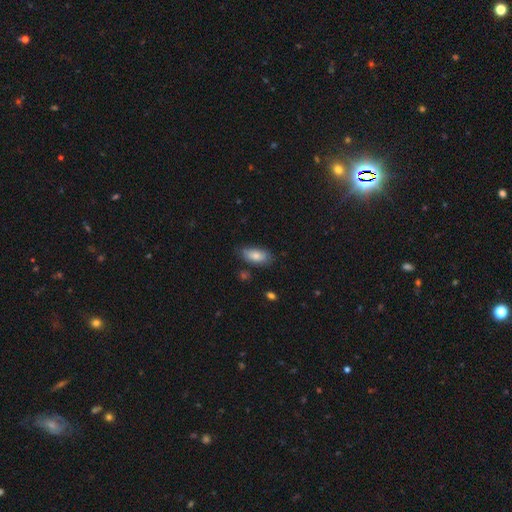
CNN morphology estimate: smooth_or_featured: smooth (p=0.83) [alt: featured or disk p=0.10]
how_rounded: in between (p=0.88) [alt: cigar-shaped p=0.09]
merging: none (p=0.74) [alt: minor disturbance p=0.19]